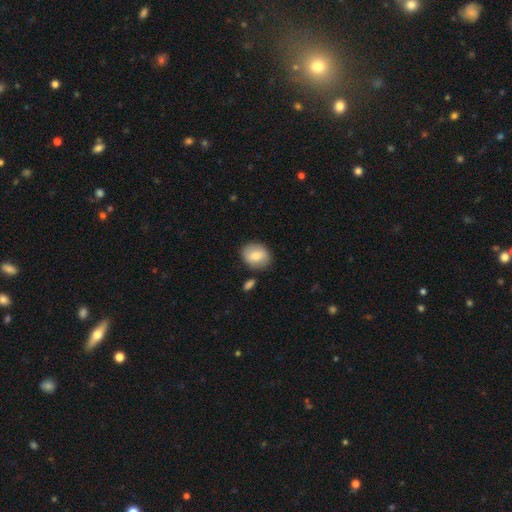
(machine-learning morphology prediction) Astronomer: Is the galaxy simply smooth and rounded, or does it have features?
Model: smooth — 76%.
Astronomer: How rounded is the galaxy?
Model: round — 50% (runner-up: in between, 49%).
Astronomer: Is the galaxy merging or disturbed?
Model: none — 79%.